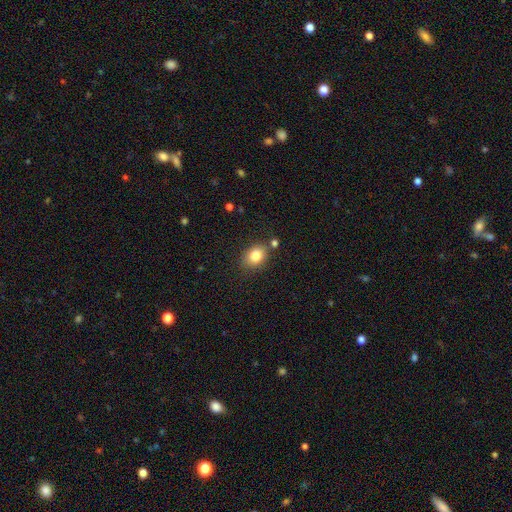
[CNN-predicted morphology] Smooth or featured? smooth (82%)
How rounded? in between (59%)
Merging? none (75%)